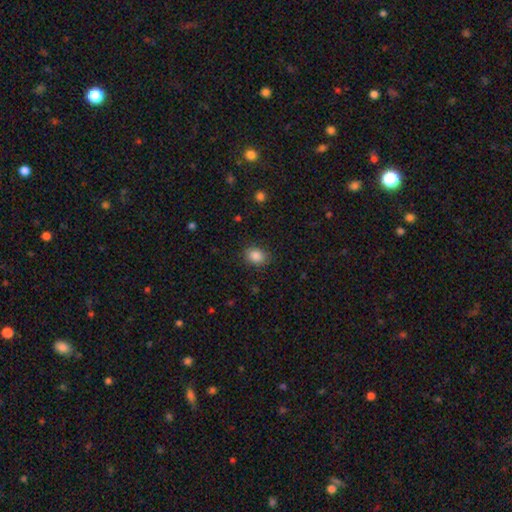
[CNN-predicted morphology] This is clearly a smooth galaxy (86%). How rounded: likely in between (62%). Merging: clearly none (83%).